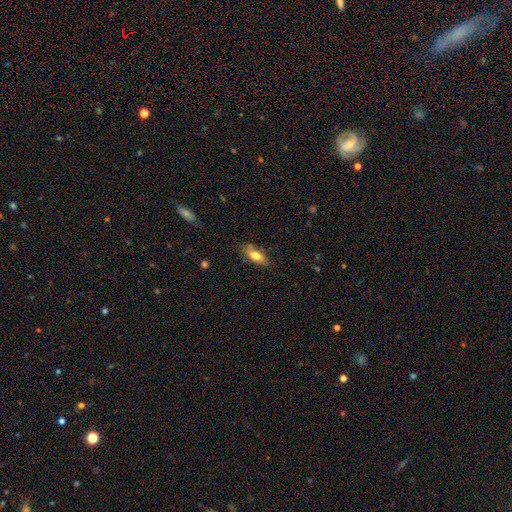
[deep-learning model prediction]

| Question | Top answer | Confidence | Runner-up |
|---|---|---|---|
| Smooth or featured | smooth | 73% | featured or disk (20%) |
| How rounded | in between | 76% | cigar-shaped (21%) |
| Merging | none | 78% | minor disturbance (17%) |